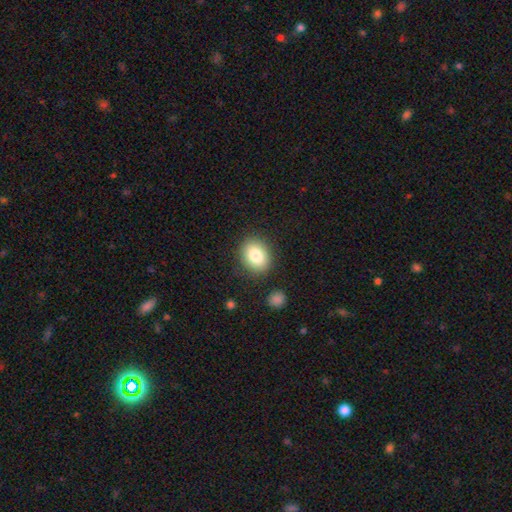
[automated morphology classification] Q: Smooth or featured?
A: smooth (82%); runner-up: featured or disk (9%)
Q: How rounded?
A: round (53%); runner-up: in between (46%)
Q: Merging?
A: none (85%); runner-up: minor disturbance (9%)